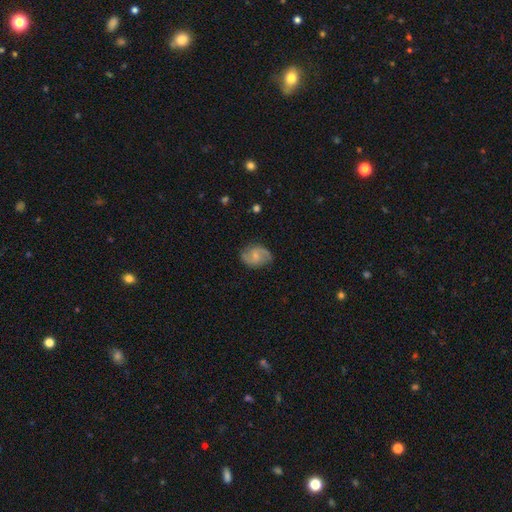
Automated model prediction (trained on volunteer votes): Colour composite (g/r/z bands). It shows a featured or disk galaxy (74%) with a weak bar (49%), 2 (90%) medium (50%) spiral arms (94%) and a small central bulge (59%). Merging: none (79%).